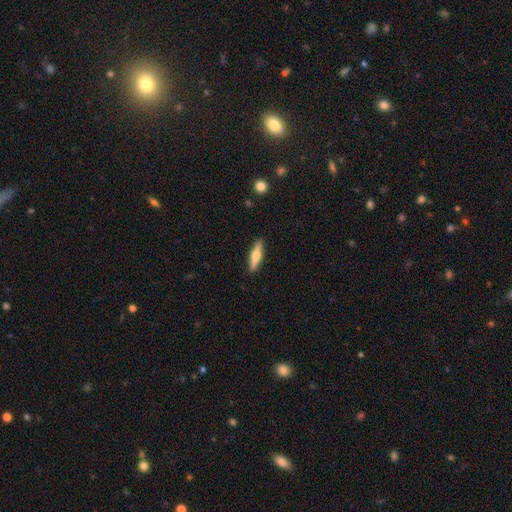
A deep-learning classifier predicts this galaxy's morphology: Smooth or featured? Predicted: featured or disk (p=0.48). Merging? Predicted: none (p=0.90).